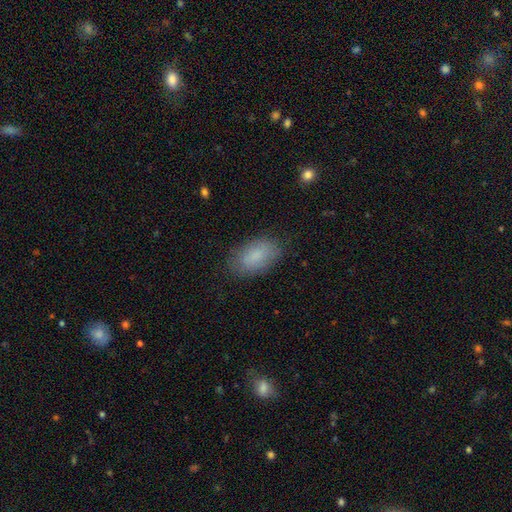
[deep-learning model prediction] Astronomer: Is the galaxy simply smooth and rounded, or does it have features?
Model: smooth — 82%.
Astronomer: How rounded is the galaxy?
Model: in between — 92%.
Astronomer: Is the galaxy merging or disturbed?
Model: none — 79%.